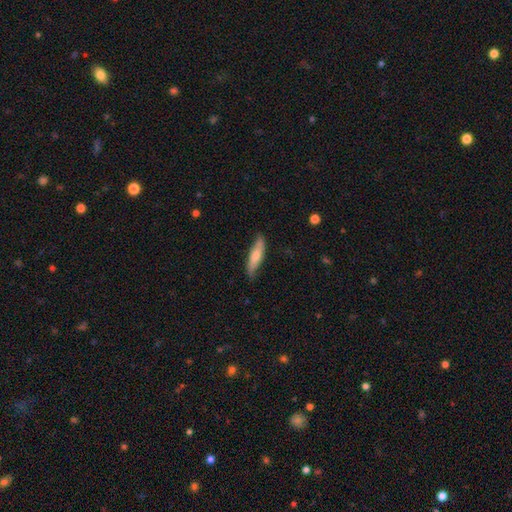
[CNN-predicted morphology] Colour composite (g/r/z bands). It shows a smooth galaxy with no disk features (69%) that is cigar-shaped (71%). Merging: none (76%).